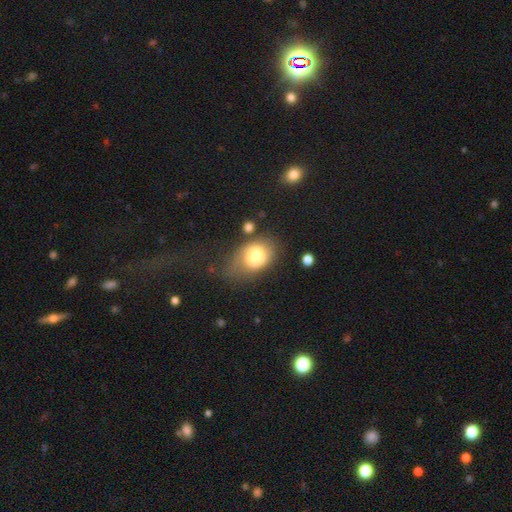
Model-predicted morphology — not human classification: Overall: smooth (69%). How rounded: in between (71%). Merging: none (32%; minor disturbance 25%).